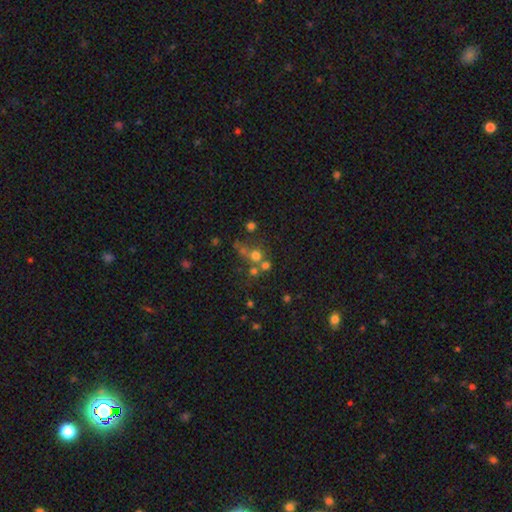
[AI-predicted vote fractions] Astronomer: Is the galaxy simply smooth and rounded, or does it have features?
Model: smooth — 58%.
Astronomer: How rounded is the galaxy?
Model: round — 87%.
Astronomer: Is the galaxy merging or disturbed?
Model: none — 43% (runner-up: merger, 41%).